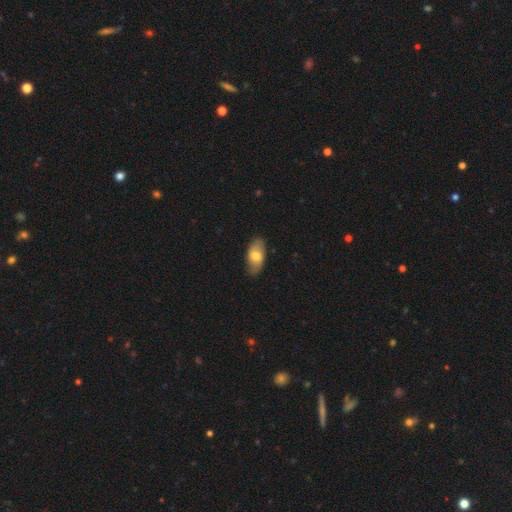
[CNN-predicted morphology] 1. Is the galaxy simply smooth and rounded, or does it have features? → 67% smooth, 27% featured or disk, 6% star or artifact.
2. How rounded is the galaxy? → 91% in between, 5% cigar-shaped, 4% round.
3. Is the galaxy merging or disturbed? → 81% none, 15% minor disturbance, 3% major disturbance, 1% merger.